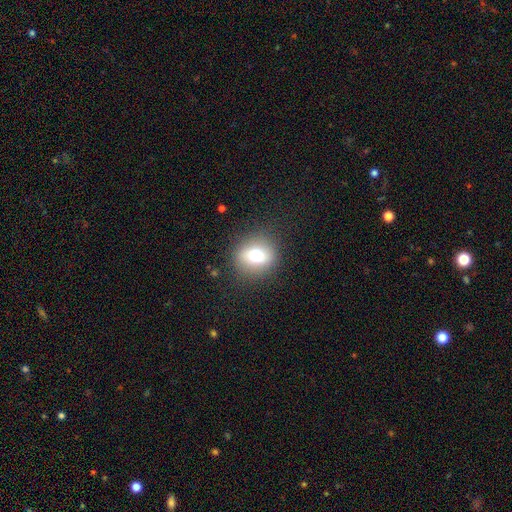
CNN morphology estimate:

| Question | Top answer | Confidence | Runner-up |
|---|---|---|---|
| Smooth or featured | smooth | 67% | featured or disk (21%) |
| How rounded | round | 77% | in between (21%) |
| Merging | none | 86% | minor disturbance (9%) |